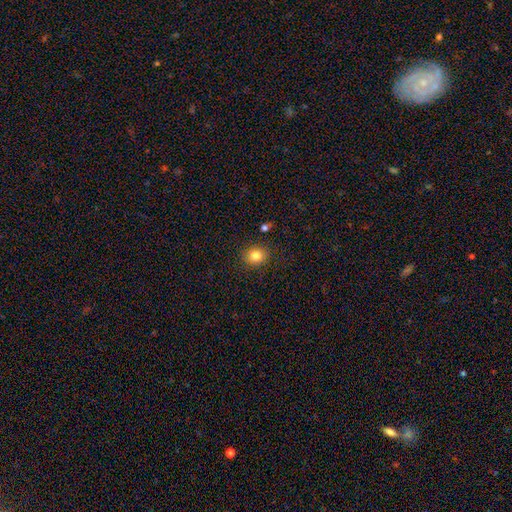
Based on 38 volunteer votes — Q: Smooth or featured?
A: smooth (87%); runner-up: featured or disk (11%)
Q: How rounded?
A: round (85%); runner-up: in between (15%)
Q: Merging?
A: none (95%); runner-up: minor disturbance (5%)